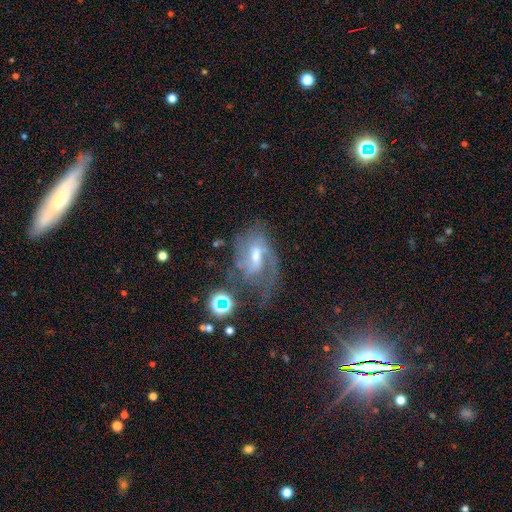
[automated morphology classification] Smooth or featured: featured or disk — 74% (smooth — 14%)
Edge-on disk: no — 95% (yes — 5%)
Bar: weak — 54% (no — 25%)
Spiral arms: yes — 87% (no — 13%)
Spiral winding: medium — 46% (loose — 29%)
Spiral arm count: 2 — 43% (can't tell — 25%)
Bulge size: moderate — 54% (small — 32%)
Merging: none — 41% (major disturbance — 31%)